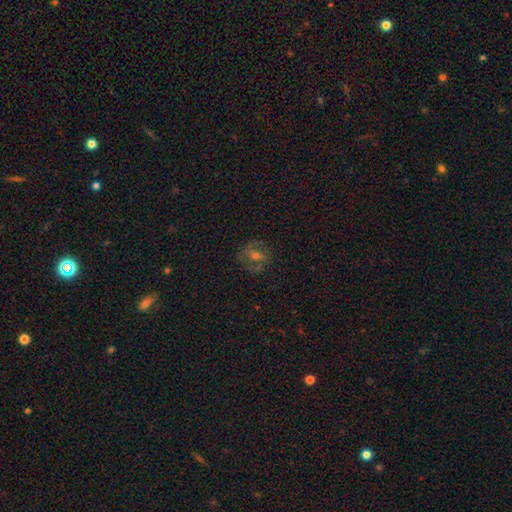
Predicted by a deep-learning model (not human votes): Smooth or featured? featured or disk (62%)
Edge-on disk? no (96%)
Bar? weak (46%)
Spiral arms? yes (81%)
Bulge size? moderate (55%)
Merging? none (78%)